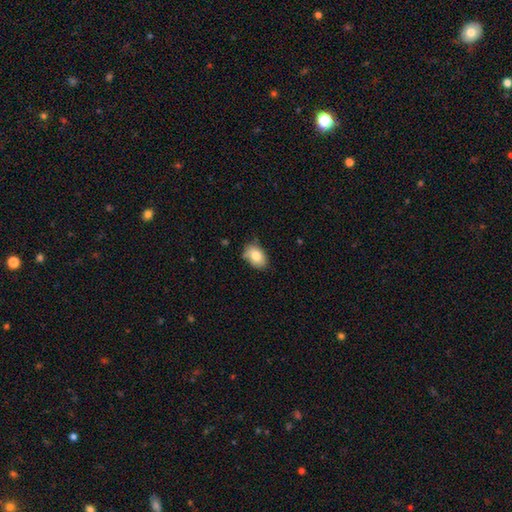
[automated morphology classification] Smooth or featured? Predicted: smooth (p=0.81). How rounded? Predicted: in between (p=0.83). Merging? Predicted: none (p=0.73).